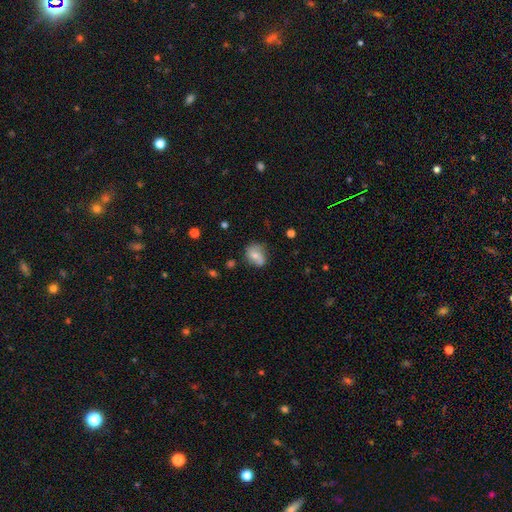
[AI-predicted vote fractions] The model was most divided on "how rounded": in between: 54%, round: 44%, cigar-shaped: 2%. More confident: merging — none (59%); smooth or featured — smooth (56%).